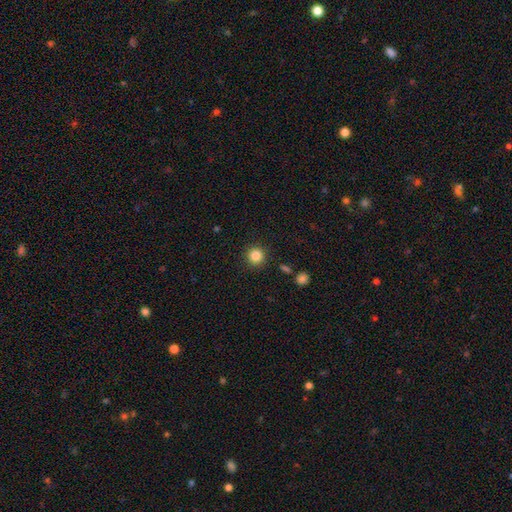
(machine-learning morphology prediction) Q: Smooth or featured?
A: smooth (85%); runner-up: star or artifact (11%)
Q: How rounded?
A: round (94%); runner-up: in between (5%)
Q: Merging?
A: none (90%); runner-up: minor disturbance (6%)